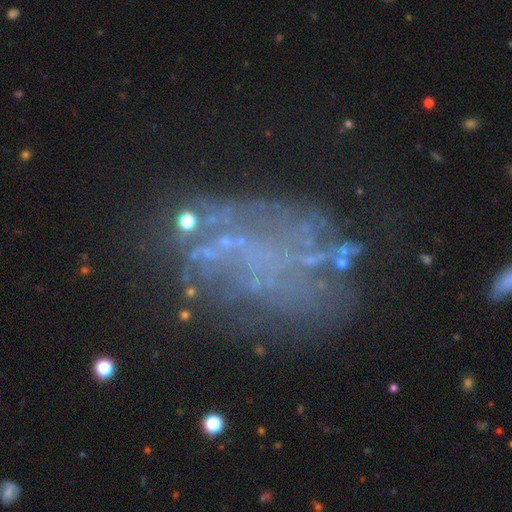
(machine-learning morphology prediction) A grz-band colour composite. It shows a featured or disk galaxy (56%) with no bar (86%), no spiral arms (73%) and no central bulge (86%). Merging: none (49%).